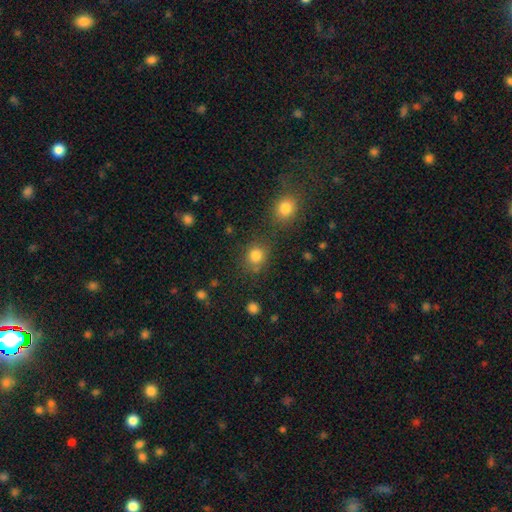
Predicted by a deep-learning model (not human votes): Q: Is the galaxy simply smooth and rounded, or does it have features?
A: smooth — 82%.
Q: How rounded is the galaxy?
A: round — 82%.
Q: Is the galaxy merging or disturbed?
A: none — 73%.